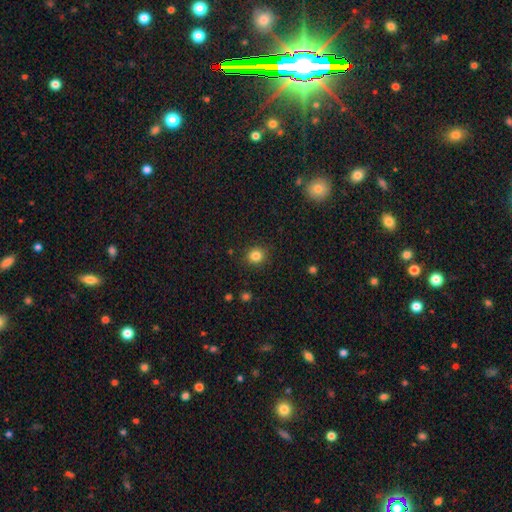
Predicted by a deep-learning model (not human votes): smooth-or-featured: smooth: 84% | star or artifact: 12% | featured or disk: 4%
  how-rounded: round: 83% | in between: 16% | cigar-shaped: 1%
  merging: none: 89% | minor disturbance: 7% | major disturbance: 3% | merger: 1%